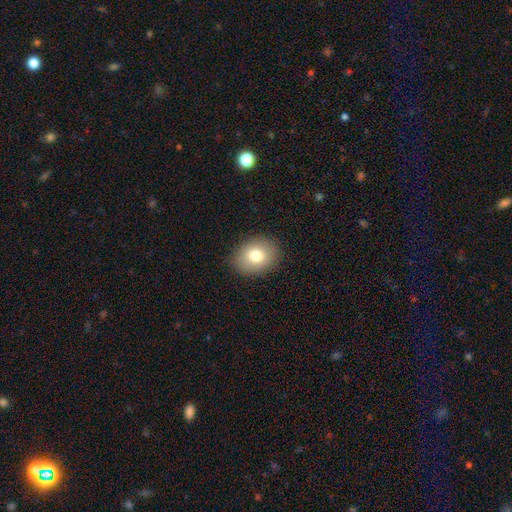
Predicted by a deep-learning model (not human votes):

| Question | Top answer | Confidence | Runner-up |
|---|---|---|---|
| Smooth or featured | smooth | 77% | featured or disk (13%) |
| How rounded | in between | 54% | round (45%) |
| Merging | none | 88% | minor disturbance (9%) |